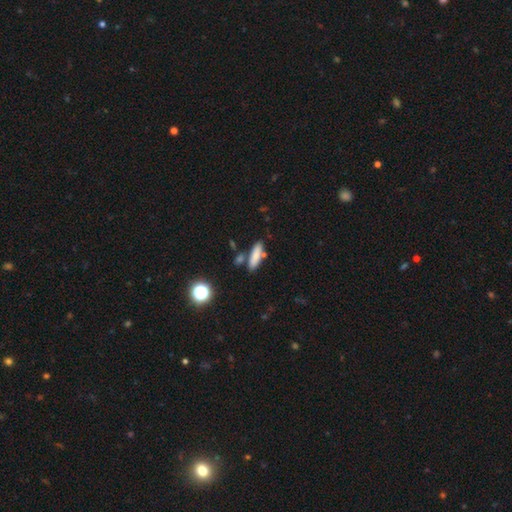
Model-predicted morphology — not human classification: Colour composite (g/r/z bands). It shows a smooth galaxy with no disk features (80%) that is cigar-shaped (62%). Merging: none (73%).